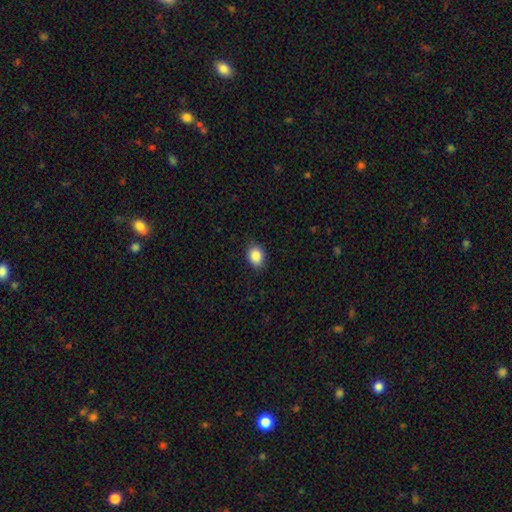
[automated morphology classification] Overall: smooth (88%). How rounded: in between (63%; round 36%). Merging: none (86%).